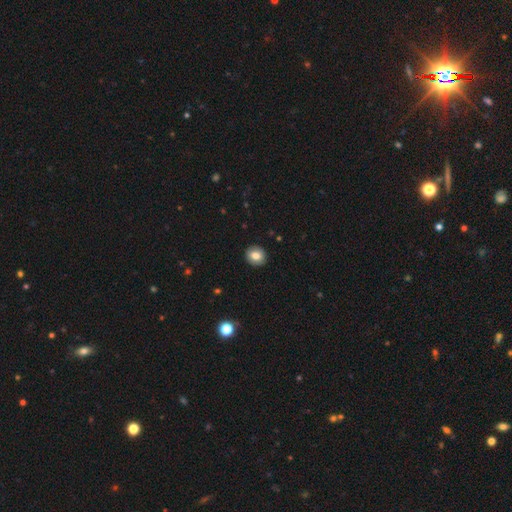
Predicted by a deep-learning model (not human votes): This is likely a smooth galaxy (78%). How rounded: likely round (76%). Merging: clearly none (91%).